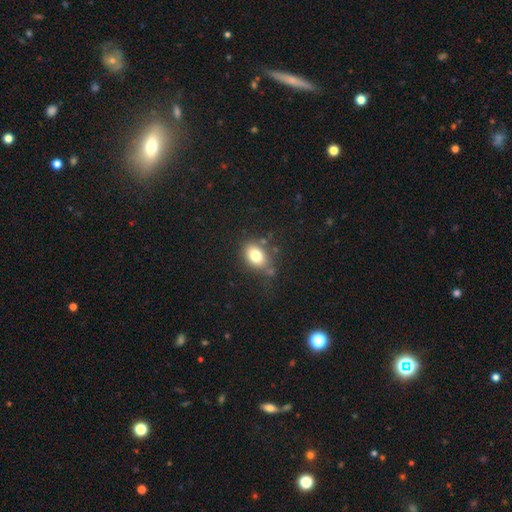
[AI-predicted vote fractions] This appears to be a smooth galaxy with no disk features (79%) that is in between round and cigar-shaped (70%). Merging: none (71%).